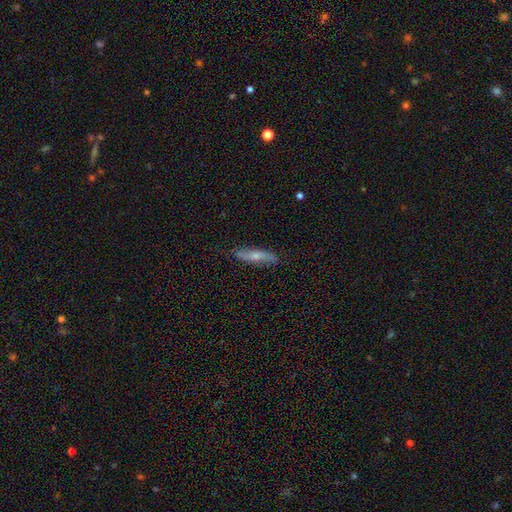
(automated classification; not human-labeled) Smooth or featured? smooth (54%)
How rounded? cigar-shaped (73%)
Merging? none (80%)